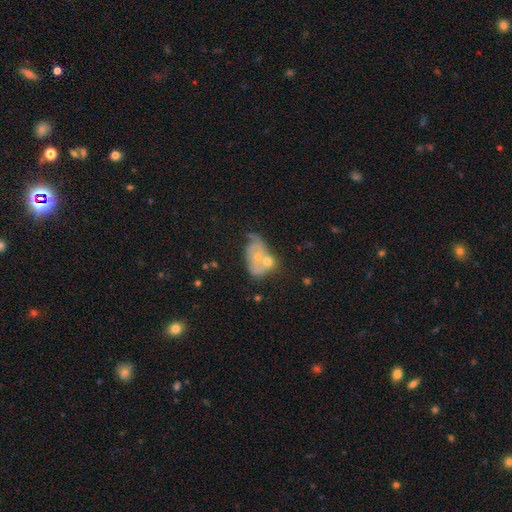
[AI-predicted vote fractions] Smooth or featured: featured or disk — 49% (smooth — 41%)
Merging: merger — 45% (none — 21%)